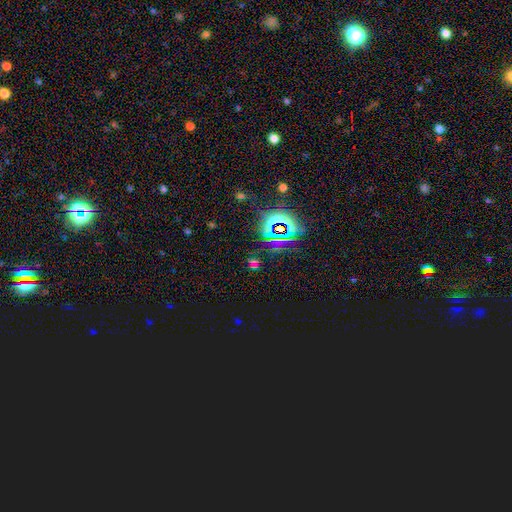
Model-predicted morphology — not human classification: Smooth or featured? Predicted: star or artifact (p=0.81).